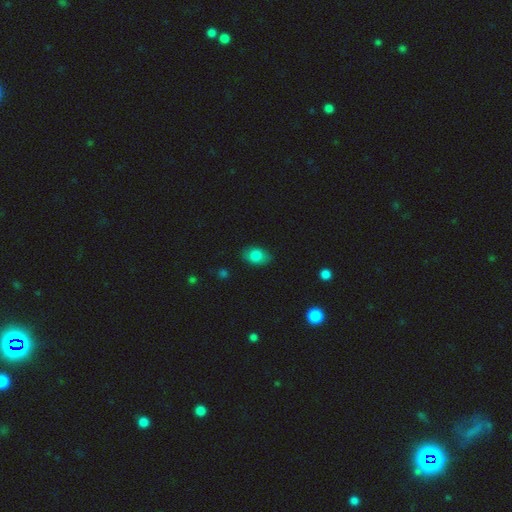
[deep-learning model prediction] Overall: smooth (82%). How rounded: in between (80%). Merging: none (83%).